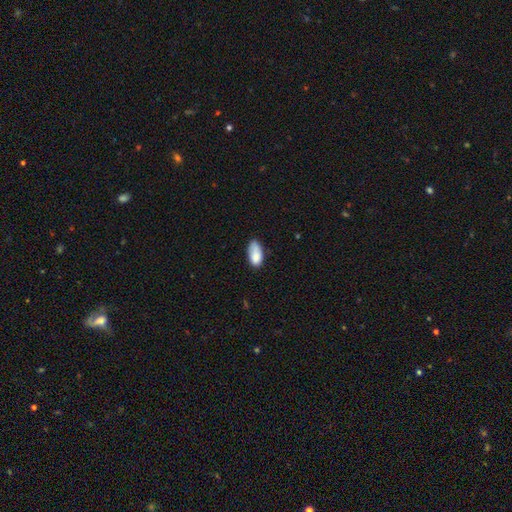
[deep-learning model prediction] Morphology: type=smooth (84%); roundness=in between (92%); merging=none (58%).